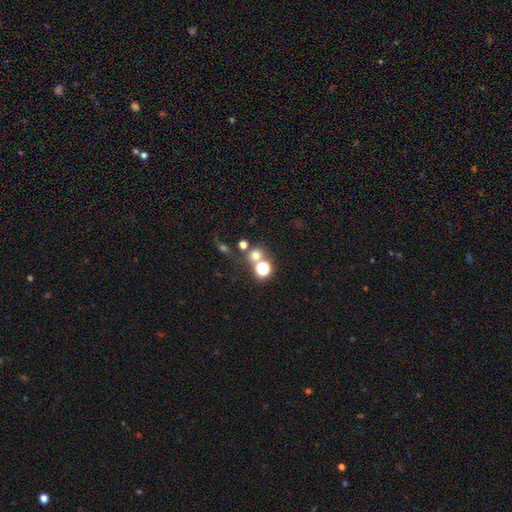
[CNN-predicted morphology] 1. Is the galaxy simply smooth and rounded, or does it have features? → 61% smooth, 29% star or artifact, 10% featured or disk.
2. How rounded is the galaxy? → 87% round, 12% in between, 1% cigar-shaped.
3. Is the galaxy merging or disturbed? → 60% none, 28% merger, 7% minor disturbance, 5% major disturbance.